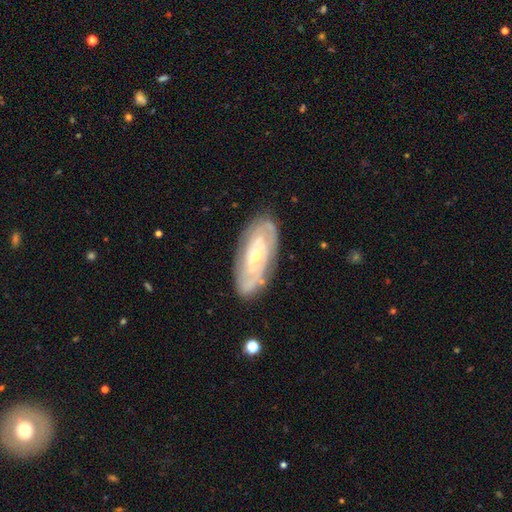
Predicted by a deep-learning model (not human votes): This is likely a featured or disk galaxy (74%). It is clearly not viewed edge-on (90%). Bar: likely no (70%). Spiral arm pattern: clearly yes (80%). Spiral arm count: possibly can't tell (54%). Spiral winding: likely tight (70%). Central bulge: likely small (65%). Merging: likely none (79%).